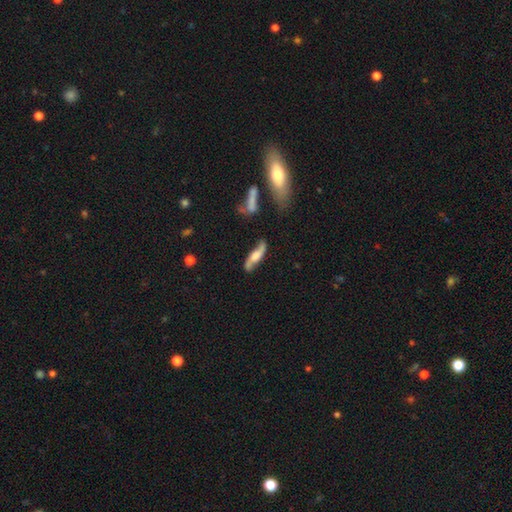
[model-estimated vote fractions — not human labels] Overall: featured or disk (66%; smooth 27%). Edge-on disk: no (73%). Merging: none (70%).